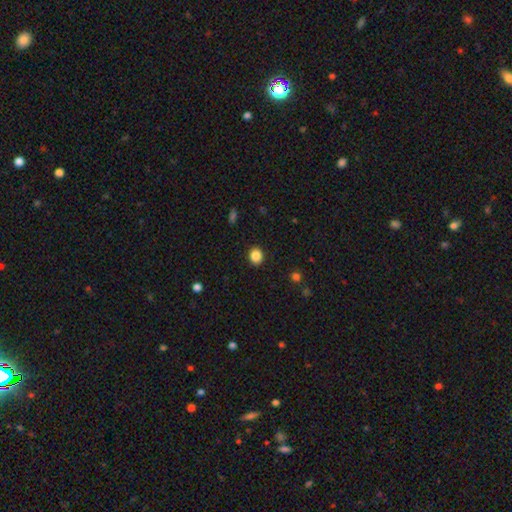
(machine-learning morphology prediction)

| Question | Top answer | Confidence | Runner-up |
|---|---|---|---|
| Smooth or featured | smooth | 86% | star or artifact (10%) |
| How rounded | round | 70% | in between (29%) |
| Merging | none | 91% | minor disturbance (6%) |